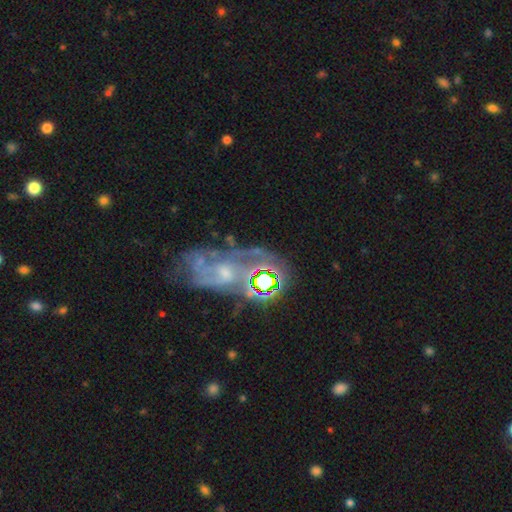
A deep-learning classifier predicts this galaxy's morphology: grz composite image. It shows a featured or disk galaxy (63%) with no bar (70%), spiral arms (73%) and a small central bulge (64%). Merging: none (51%).